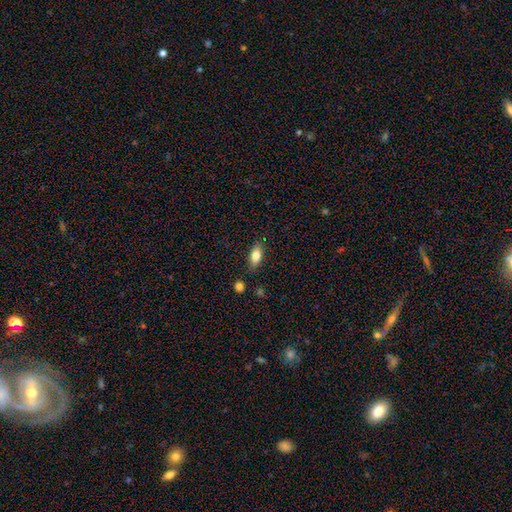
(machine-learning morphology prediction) The model was most divided on "smooth or featured": smooth: 78%, featured or disk: 14%, star or artifact: 7%. More confident: how rounded — in between (84%); merging — none (83%).